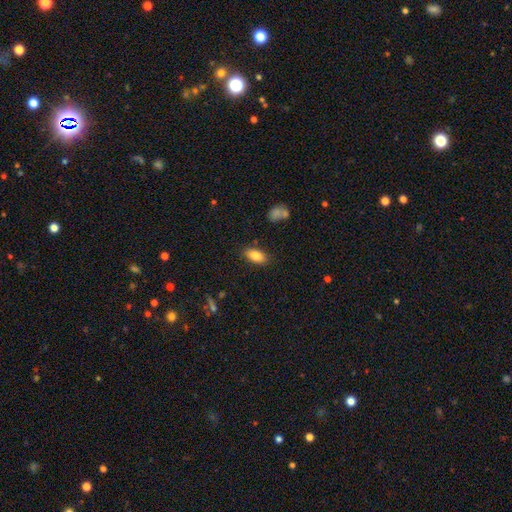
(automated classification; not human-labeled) Morphology: type=smooth (84%); roundness=in between (89%); merging=none (84%).